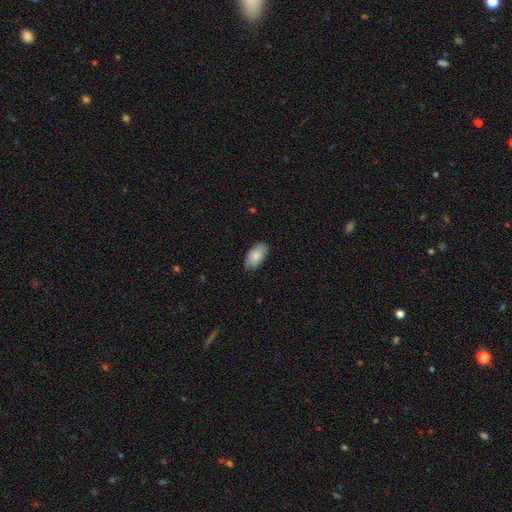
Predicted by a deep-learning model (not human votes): Smooth or featured? smooth (85%)
How rounded? in between (95%)
Merging? none (79%)